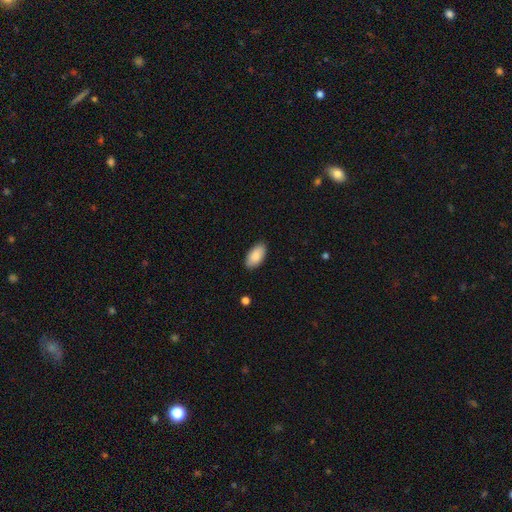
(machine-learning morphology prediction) A smooth galaxy with no disk features (88%) that is in between round and cigar-shaped (95%).

Vote fractions:
- Smooth or featured? smooth: 88% / featured or disk: 6% / star or artifact: 6%
- How rounded? in between: 95% / cigar-shaped: 3% / round: 2%
- Merging? none: 87% / minor disturbance: 10% / major disturbance: 2% / merger: 1%